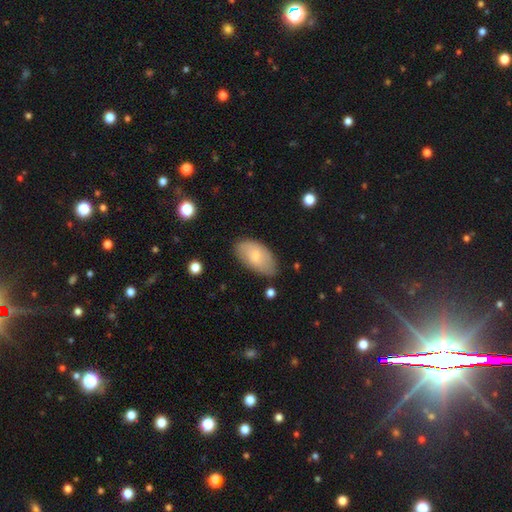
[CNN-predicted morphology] smooth_or_featured: smooth (p=0.66) [alt: featured or disk p=0.28]
how_rounded: in between (p=0.94) [alt: round p=0.04]
merging: none (p=0.75) [alt: minor disturbance p=0.19]